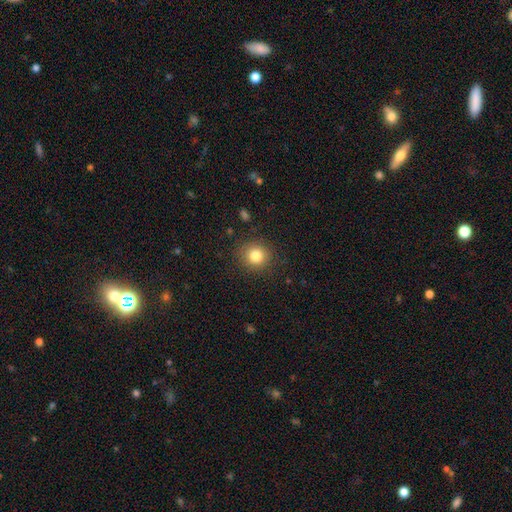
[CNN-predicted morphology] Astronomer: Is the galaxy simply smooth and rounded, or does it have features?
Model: smooth — 82%.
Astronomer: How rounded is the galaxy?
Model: round — 87%.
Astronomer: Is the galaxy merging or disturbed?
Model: none — 88%.